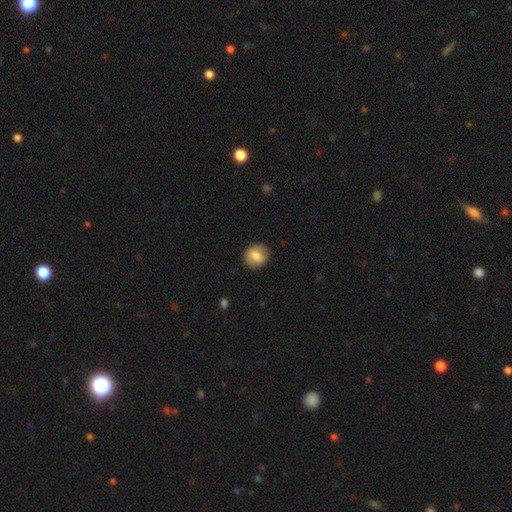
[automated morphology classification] This appears to be a smooth galaxy with no disk features (74%) that is round (75%). Merging: none (86%).